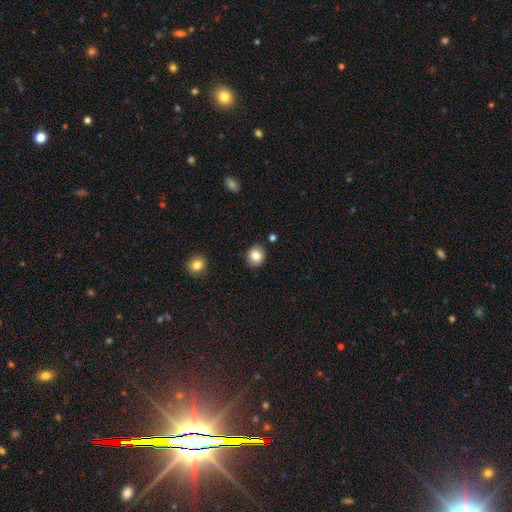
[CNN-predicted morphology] smooth 83%, star or artifact 9%, featured or disk 8%. Down the decision tree: how rounded — round (71%); merging — none (88%).